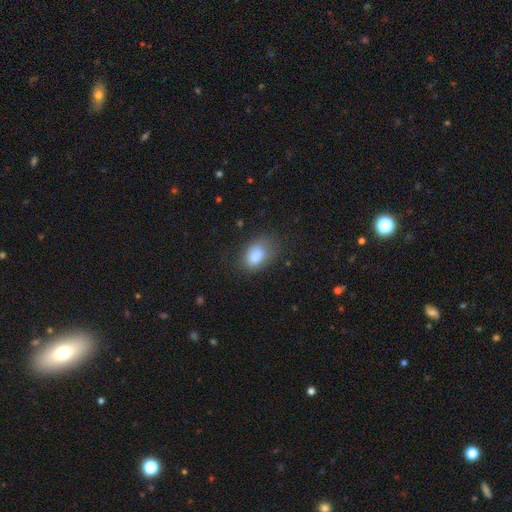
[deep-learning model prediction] smooth 84%, star or artifact 8%, featured or disk 7%. Down the decision tree: how rounded — in between (84%); merging — none (62%).